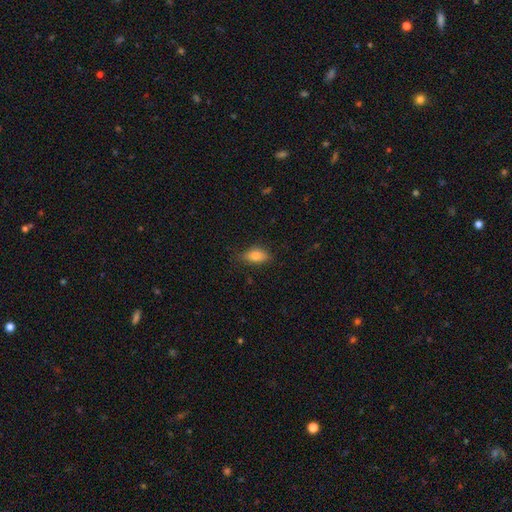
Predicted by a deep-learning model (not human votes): Overall: smooth (82%). How rounded: in between (85%). Merging: none (75%).